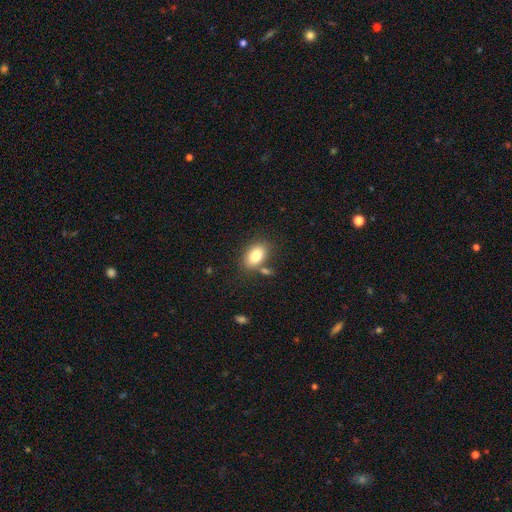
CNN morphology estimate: A smooth galaxy with no disk features (81%) that is in between round and cigar-shaped (87%). Merging: none (71%).